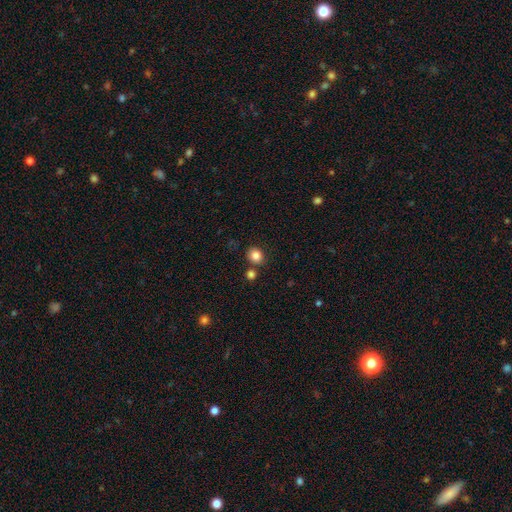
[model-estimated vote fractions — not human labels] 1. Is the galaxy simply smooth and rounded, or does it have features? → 84% smooth, 11% star or artifact, 5% featured or disk.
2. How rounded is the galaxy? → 70% round, 29% in between, 1% cigar-shaped.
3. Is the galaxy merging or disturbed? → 76% none, 11% merger, 10% minor disturbance, 3% major disturbance.